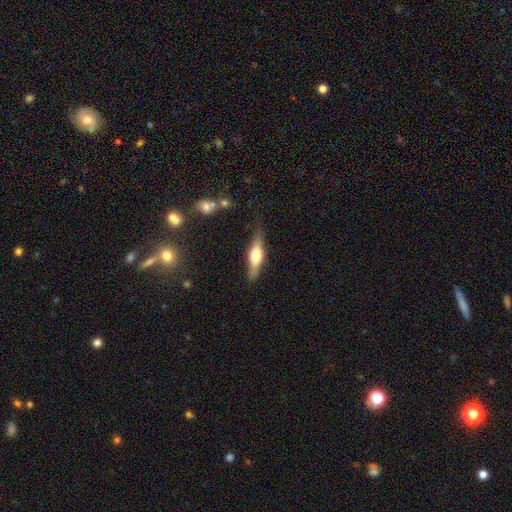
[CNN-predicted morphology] Smooth or featured: featured or disk — 52% (smooth — 42%)
Edge-on disk: yes — 91% (no — 9%)
Merging: none — 79% (minor disturbance — 15%)